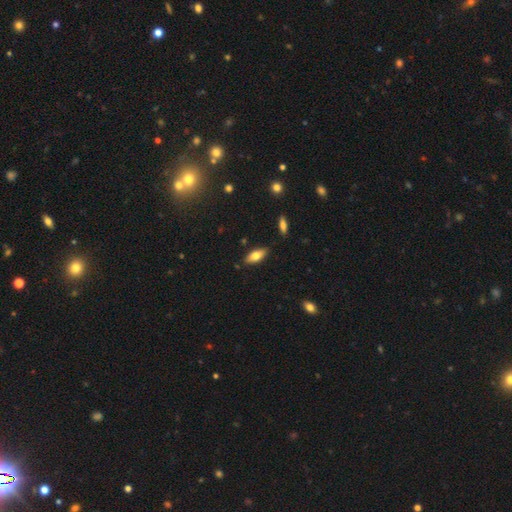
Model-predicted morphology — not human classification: Smooth or featured?
  - smooth: 75% *
  - featured or disk: 18%
  - star or artifact: 7%
How rounded?
  - in between: 82% *
  - cigar-shaped: 16%
  - round: 2%
Merging?
  - none: 85% *
  - minor disturbance: 11%
  - merger: 2%
  - major disturbance: 2%